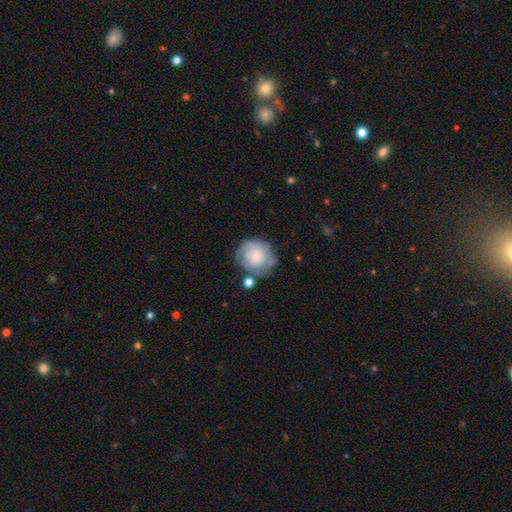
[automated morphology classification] Smooth or featured?
  - featured or disk: 64% *
  - smooth: 29%
  - star or artifact: 7%
Edge-on disk?
  - no: 98% *
  - yes: 2%
Bar?
  - no: 81% *
  - weak: 16%
  - strong: 3%
Spiral arms?
  - yes: 83% *
  - no: 17%
Spiral winding?
  - tight: 69% *
  - medium: 23%
  - loose: 8%
Spiral arm count?
  - can't tell: 45% *
  - 2: 23%
  - 3: 15%
  - 4: 7%
  - 1: 6%
  - more than 4: 4%
Bulge size?
  - small: 73% *
  - moderate: 19%
  - none: 4%
  - large: 2%
  - dominant: 1%
Merging?
  - none: 62% *
  - minor disturbance: 21%
  - major disturbance: 10%
  - merger: 7%